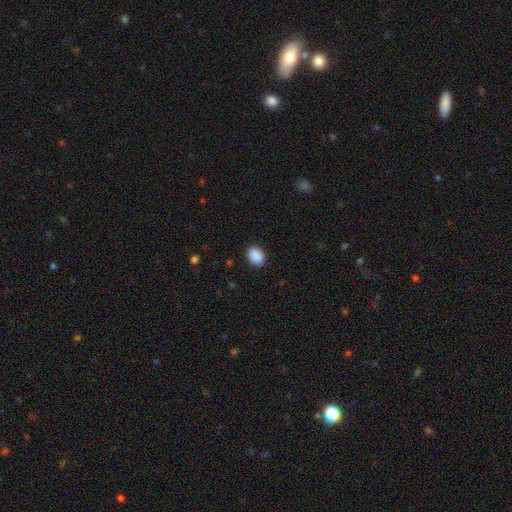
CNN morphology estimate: This appears to be a smooth galaxy with no disk features (90%) that is in between round and cigar-shaped (69%). Merging: none (89%).